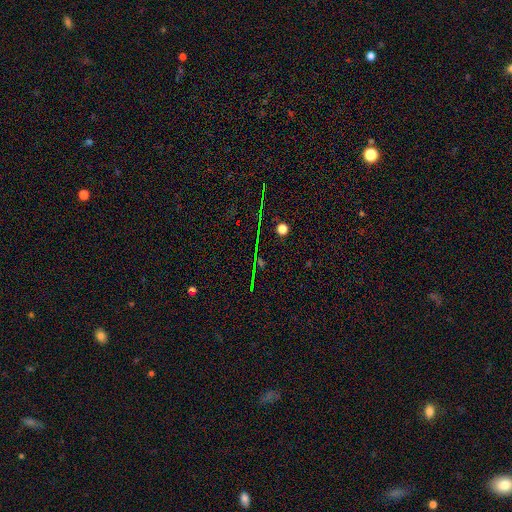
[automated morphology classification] type=star or artifact (73%).